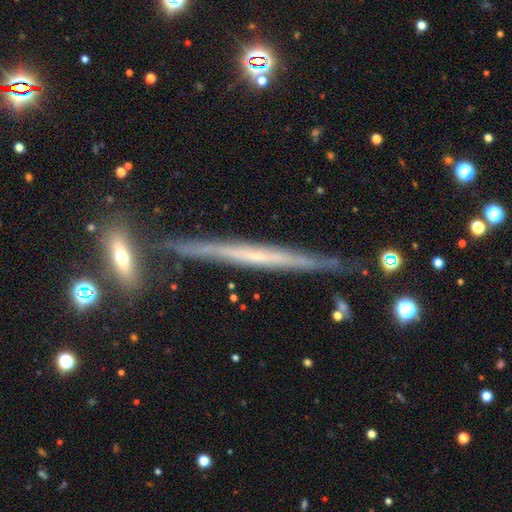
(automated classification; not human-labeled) featured or disk 70%, smooth 22%, star or artifact 8%. Down the decision tree: edge-on disk — yes (96%); edge-on bulge — none (77%); merging — none (83%).